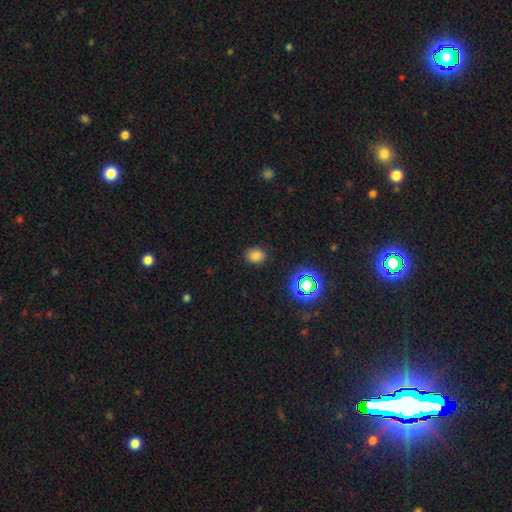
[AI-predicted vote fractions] smooth_or_featured: smooth (p=0.76) [alt: star or artifact p=0.19]
how_rounded: round (p=0.58) [alt: in between p=0.41]
merging: none (p=0.85) [alt: minor disturbance p=0.10]